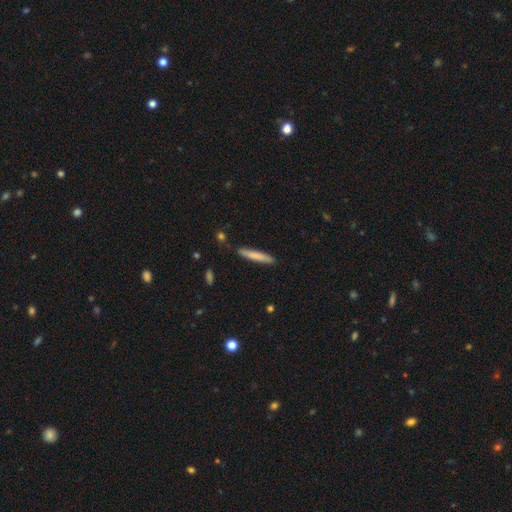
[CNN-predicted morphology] smooth-or-featured: smooth: 76% | featured or disk: 18% | star or artifact: 5%
  how-rounded: cigar-shaped: 94% | in between: 4% | round: 1%
  merging: none: 88% | minor disturbance: 9% | major disturbance: 2% | merger: 2%